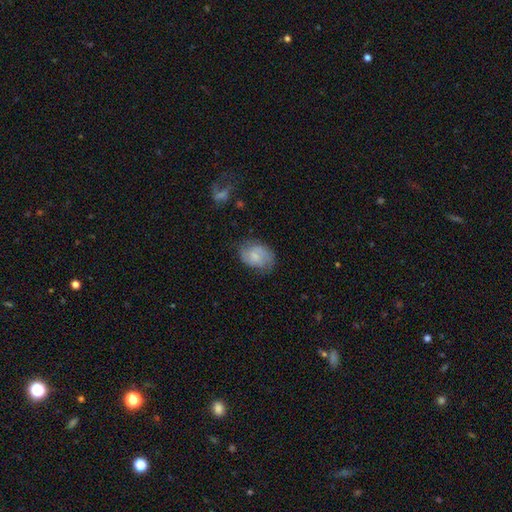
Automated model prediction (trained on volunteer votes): Smooth or featured: featured or disk — 47% (smooth — 45%)
Merging: none — 62% (minor disturbance — 26%)